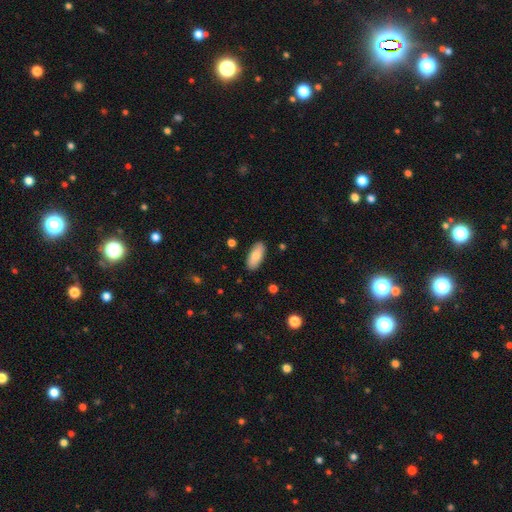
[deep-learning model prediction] Smooth or featured? smooth (82%)
How rounded? in between (87%)
Merging? none (88%)